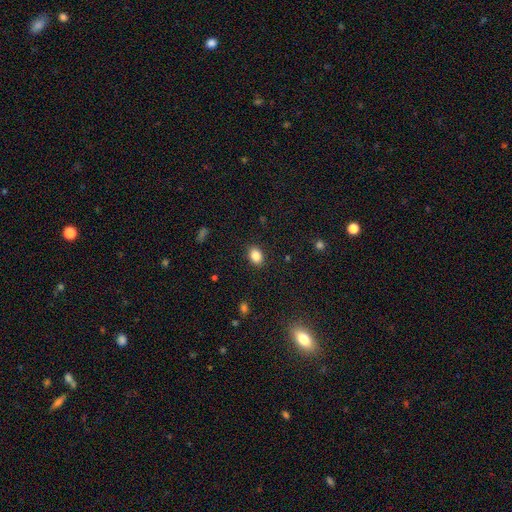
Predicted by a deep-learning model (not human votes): Smooth or featured?
  - smooth: 86% *
  - star or artifact: 9%
  - featured or disk: 5%
How rounded?
  - in between: 68% *
  - round: 31%
  - cigar-shaped: 1%
Merging?
  - none: 88% *
  - minor disturbance: 8%
  - major disturbance: 2%
  - merger: 1%